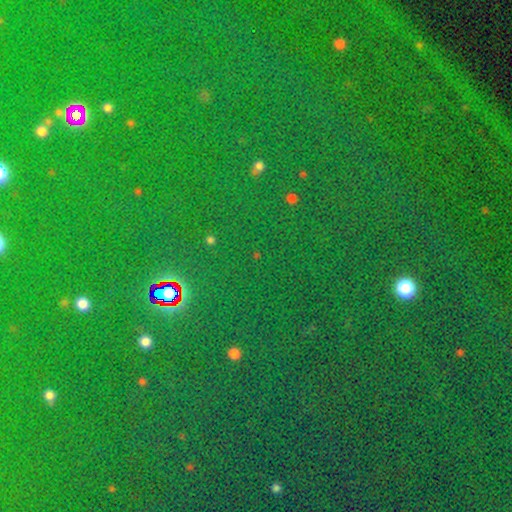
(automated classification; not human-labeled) A star or artifact, not a galaxy (80%).

Vote fractions:
- Smooth or featured? star or artifact: 80% / smooth: 12% / featured or disk: 7%